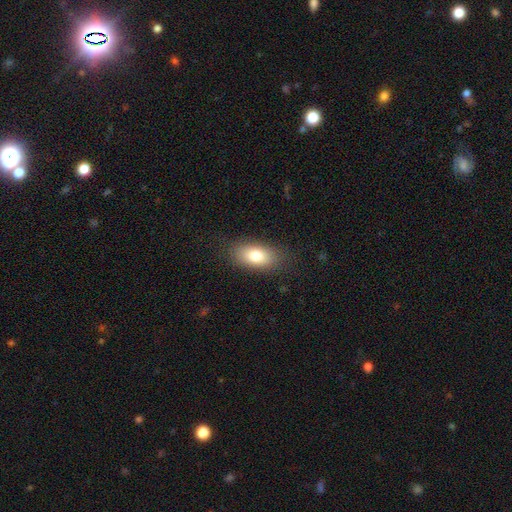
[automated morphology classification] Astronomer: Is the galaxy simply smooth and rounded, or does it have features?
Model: smooth — 78%.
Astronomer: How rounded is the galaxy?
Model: in between — 89%.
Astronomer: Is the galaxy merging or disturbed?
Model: none — 84%.